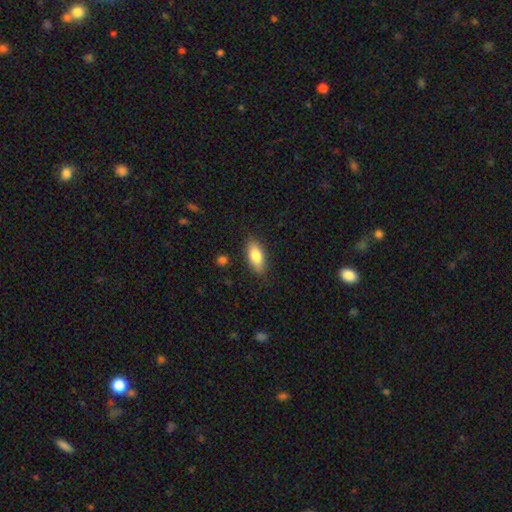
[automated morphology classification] smooth_or_featured: smooth (p=0.80) [alt: featured or disk p=0.14]
how_rounded: in between (p=0.84) [alt: cigar-shaped p=0.13]
merging: none (p=0.83) [alt: minor disturbance p=0.13]